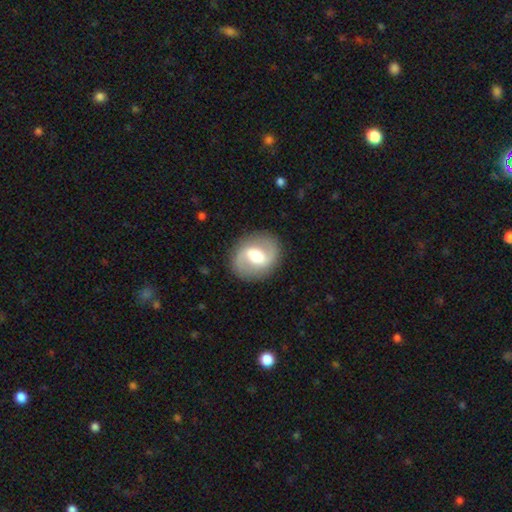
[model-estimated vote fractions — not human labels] Smooth or featured: featured or disk — 70% (smooth — 24%)
Edge-on disk: no — 96% (yes — 4%)
Bar: weak — 47% (strong — 33%)
Spiral arms: yes — 80% (no — 20%)
Spiral winding: medium — 44% (loose — 38%)
Spiral arm count: 2 — 90% (can't tell — 5%)
Bulge size: moderate — 65% (large — 17%)
Merging: none — 87% (minor disturbance — 8%)